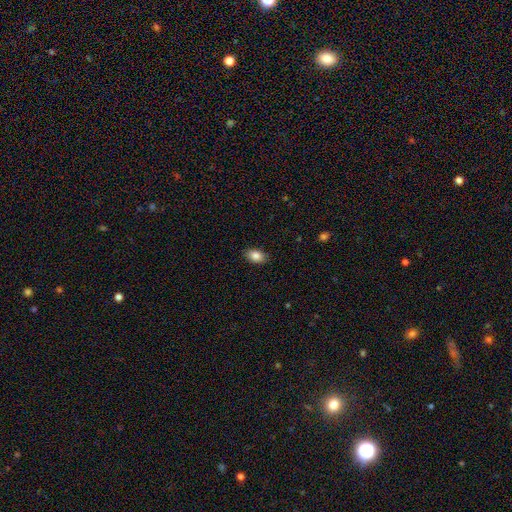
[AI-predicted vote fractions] Smooth or featured? smooth (86%)
How rounded? in between (89%)
Merging? none (87%)